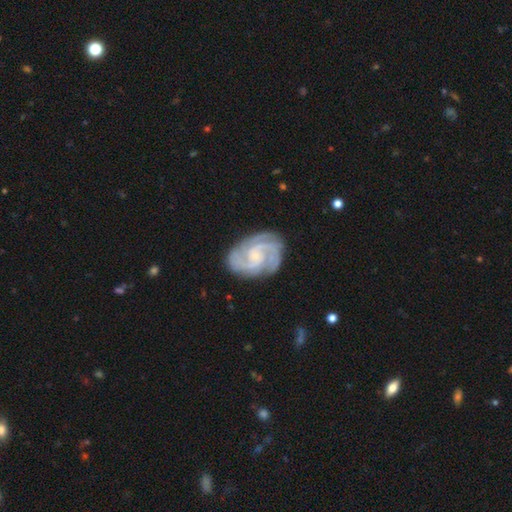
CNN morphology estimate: smooth_or_featured: featured or disk (p=0.91) [alt: smooth p=0.04]
disk_edge_on: no (p=0.98) [alt: yes p=0.02]
bar: no (p=0.57) [alt: weak p=0.35]
has_spiral_arms: yes (p=0.99) [alt: no p=0.01]
spiral_winding: tight (p=0.54) [alt: medium p=0.41]
spiral_arm_count: 3 (p=0.43) [alt: 2 p=0.30]
bulge_size: small (p=0.72) [alt: moderate p=0.18]
merging: none (p=0.79) [alt: minor disturbance p=0.15]